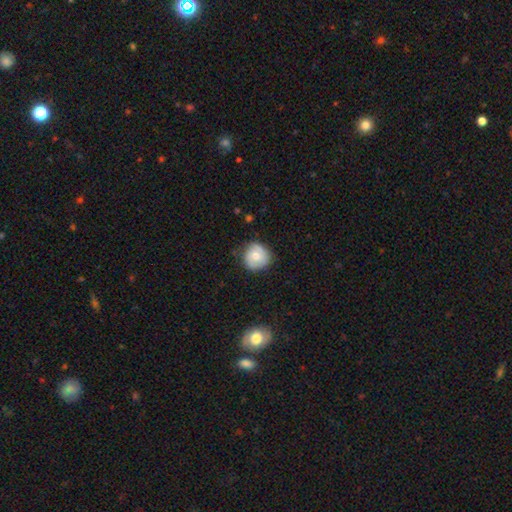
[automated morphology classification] Smooth or featured? Predicted: smooth (p=0.65). How rounded? Predicted: round (p=0.90). Merging? Predicted: none (p=0.77).